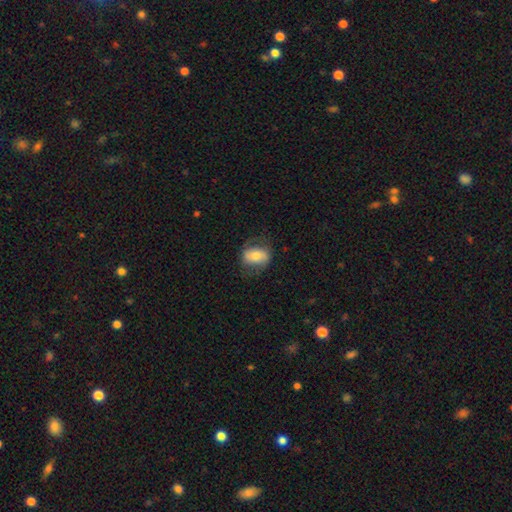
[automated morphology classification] Overall: smooth (60%; featured or disk 33%). How rounded: in between (72%). Merging: none (68%).